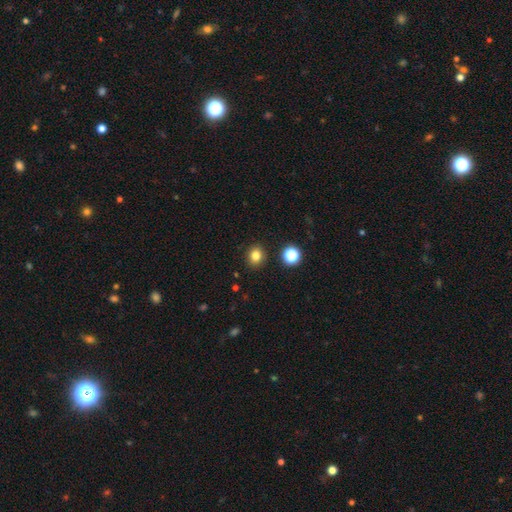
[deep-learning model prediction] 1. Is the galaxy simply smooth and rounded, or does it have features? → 81% smooth, 13% star or artifact, 6% featured or disk.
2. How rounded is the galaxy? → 71% round, 28% in between, 1% cigar-shaped.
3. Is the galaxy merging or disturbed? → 89% none, 7% minor disturbance, 2% merger, 2% major disturbance.